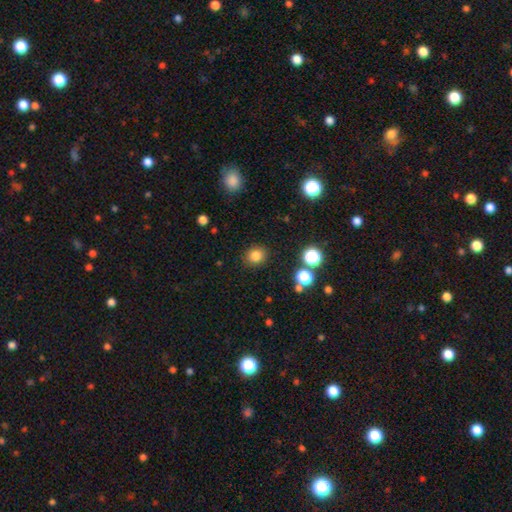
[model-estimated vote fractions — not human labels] smooth 82%, star or artifact 13%, featured or disk 5%. Down the decision tree: how rounded — round (82%); merging — none (88%).